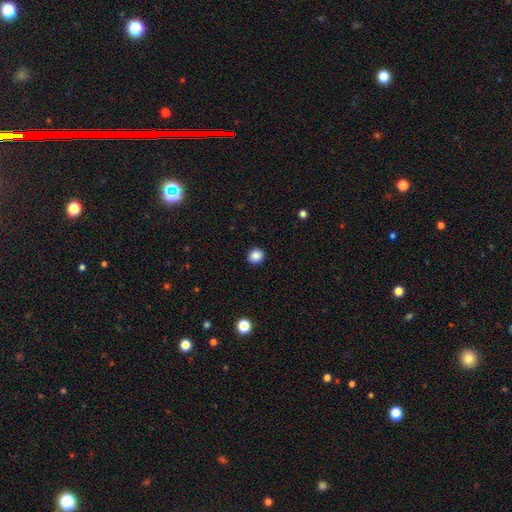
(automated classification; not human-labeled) Smooth or featured: smooth — 87% (star or artifact — 10%)
How rounded: round — 86% (in between — 13%)
Merging: none — 92% (minor disturbance — 5%)